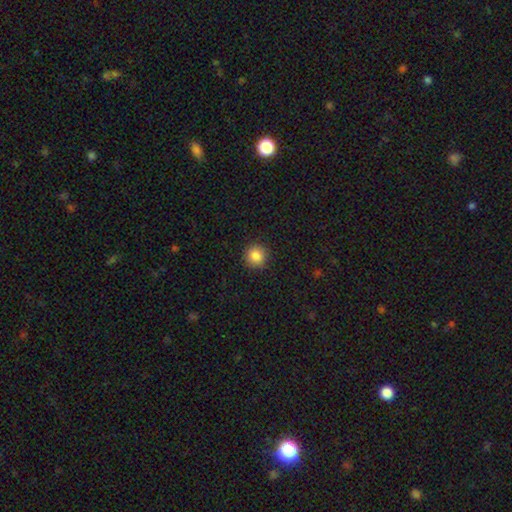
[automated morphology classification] Smooth or featured? Predicted: smooth (p=0.85). How rounded? Predicted: round (p=0.93). Merging? Predicted: none (p=0.91).